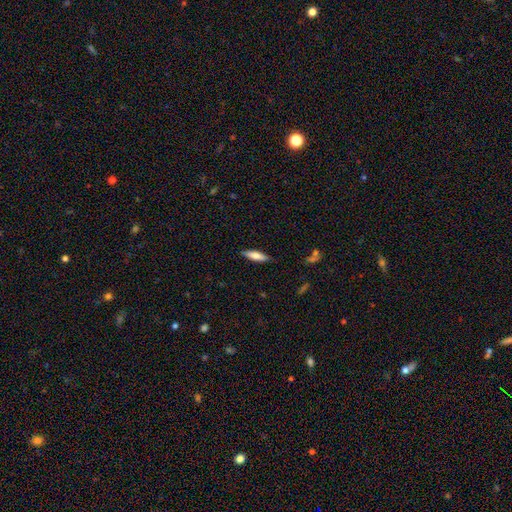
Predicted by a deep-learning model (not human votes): Smooth or featured? Predicted: smooth (p=0.74). How rounded? Predicted: cigar-shaped (p=0.62). Merging? Predicted: none (p=0.87).